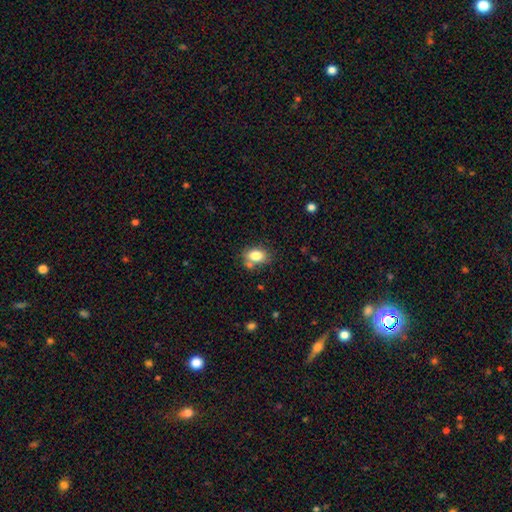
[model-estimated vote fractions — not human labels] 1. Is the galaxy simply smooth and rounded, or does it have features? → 82% smooth, 9% star or artifact, 9% featured or disk.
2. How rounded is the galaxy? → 75% in between, 24% round, 1% cigar-shaped.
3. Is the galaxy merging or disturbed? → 64% none, 17% minor disturbance, 15% merger, 4% major disturbance.